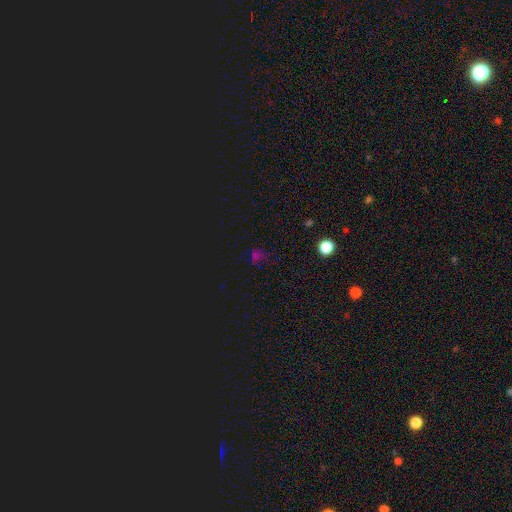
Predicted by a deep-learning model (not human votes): smooth_or_featured: star or artifact (p=0.56) [alt: smooth p=0.37]